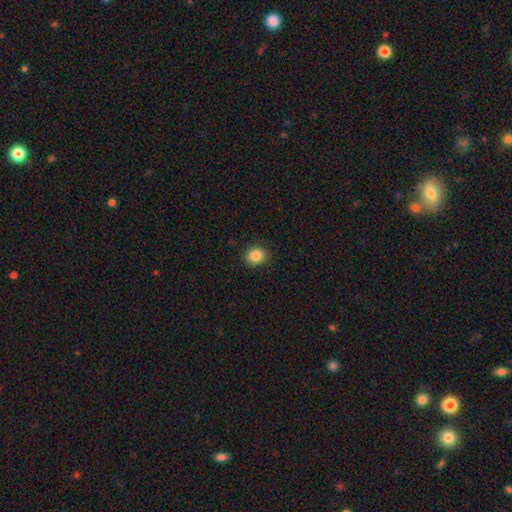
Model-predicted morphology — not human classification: smooth 86%, star or artifact 10%, featured or disk 4%. Down the decision tree: how rounded — round (77%); merging — none (91%).